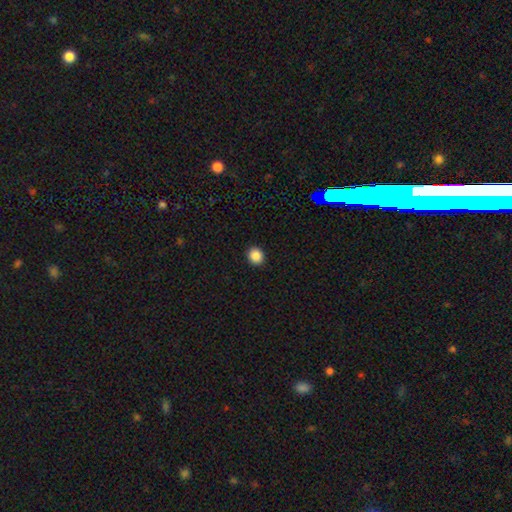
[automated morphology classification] type=smooth (87%); roundness=round (78%); merging=none (92%).